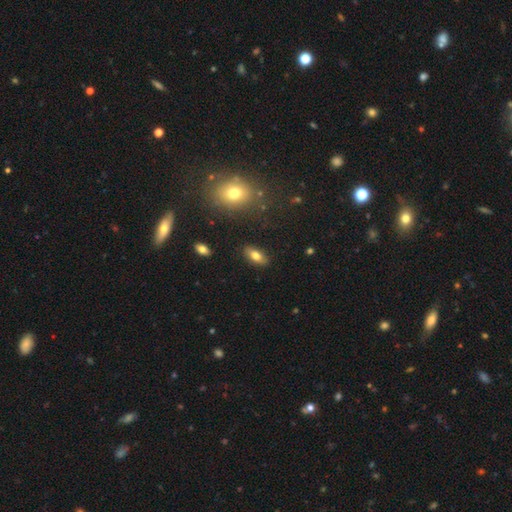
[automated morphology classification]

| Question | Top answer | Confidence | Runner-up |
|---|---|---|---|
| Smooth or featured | smooth | 72% | featured or disk (19%) |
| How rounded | in between | 84% | cigar-shaped (12%) |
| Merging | none | 87% | minor disturbance (9%) |